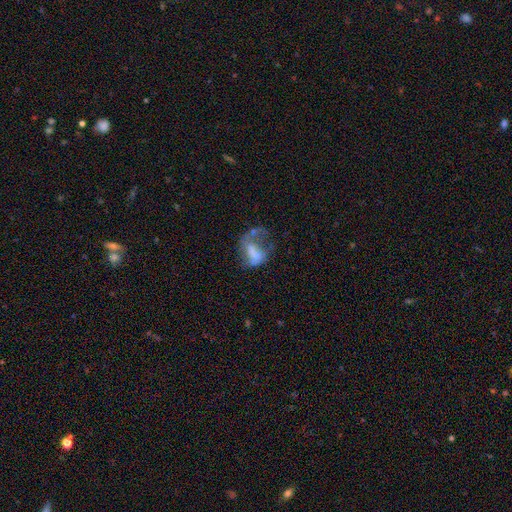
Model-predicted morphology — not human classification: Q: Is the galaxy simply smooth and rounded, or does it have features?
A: featured or disk — 52%.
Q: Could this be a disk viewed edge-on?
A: no — 97%.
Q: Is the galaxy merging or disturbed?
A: major disturbance — 46%.